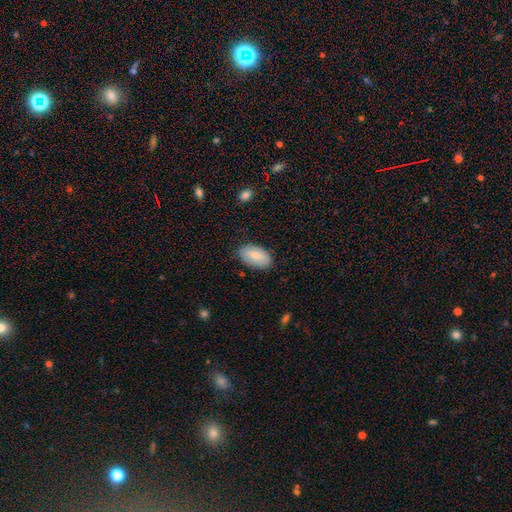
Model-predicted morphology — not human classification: The model was most divided on "smooth or featured": smooth: 81%, featured or disk: 13%, star or artifact: 6%. More confident: how rounded — in between (95%); merging — none (84%).